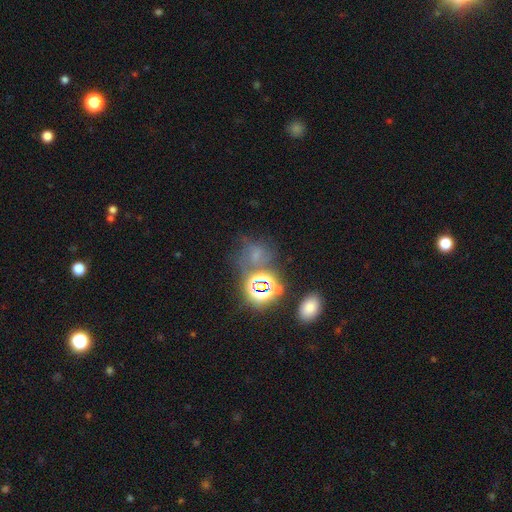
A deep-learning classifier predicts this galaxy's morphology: Q: Smooth or featured?
A: star or artifact (50%); runner-up: smooth (31%)